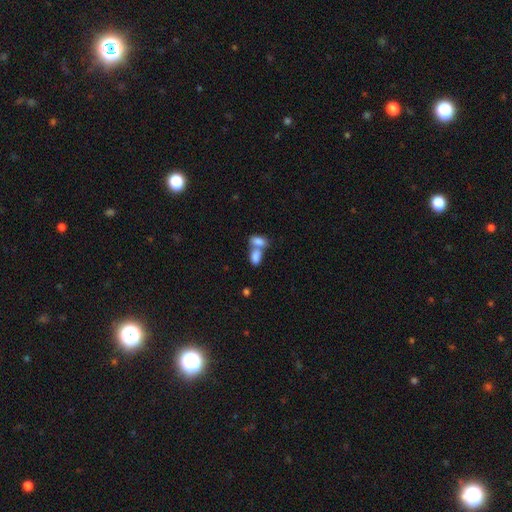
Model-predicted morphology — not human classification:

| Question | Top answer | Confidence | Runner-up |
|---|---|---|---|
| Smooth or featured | smooth | 83% | featured or disk (10%) |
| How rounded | in between | 90% | round (7%) |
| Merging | merger | 70% | none (20%) |